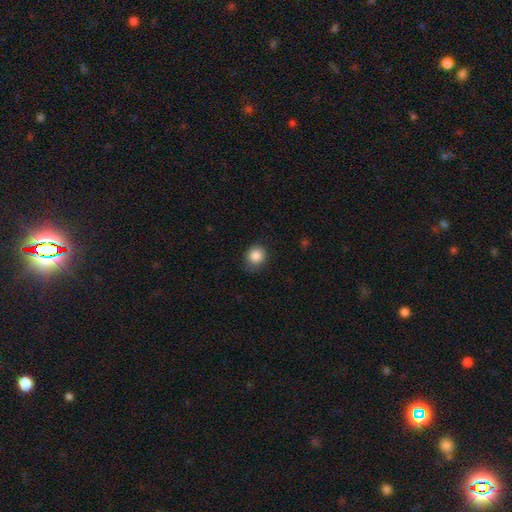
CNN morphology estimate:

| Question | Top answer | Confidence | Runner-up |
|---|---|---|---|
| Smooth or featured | smooth | 86% | star or artifact (9%) |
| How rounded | round | 80% | in between (19%) |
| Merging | none | 78% | minor disturbance (17%) |